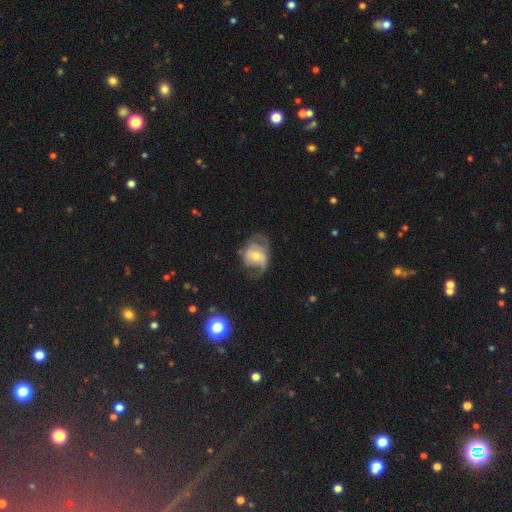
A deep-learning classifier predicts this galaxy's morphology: Smooth or featured? Predicted: featured or disk (p=0.63). Edge-on disk? Predicted: no (p=0.96). Bar? Predicted: no (p=0.60). Spiral arms? Predicted: yes (p=0.77). Bulge size? Predicted: moderate (p=0.53). Merging? Predicted: none (p=0.44).